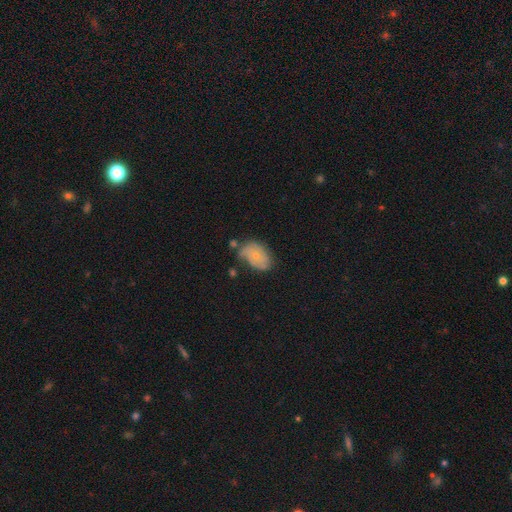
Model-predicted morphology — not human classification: Overall: smooth (48%; featured or disk 44%). Merging: none (46%; minor disturbance 33%).